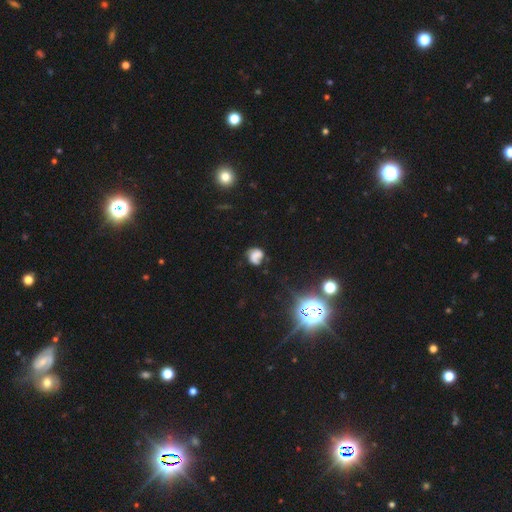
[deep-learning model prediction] This appears to be a smooth galaxy with no disk features (52%) that is round (59%). Merging: none (45%).